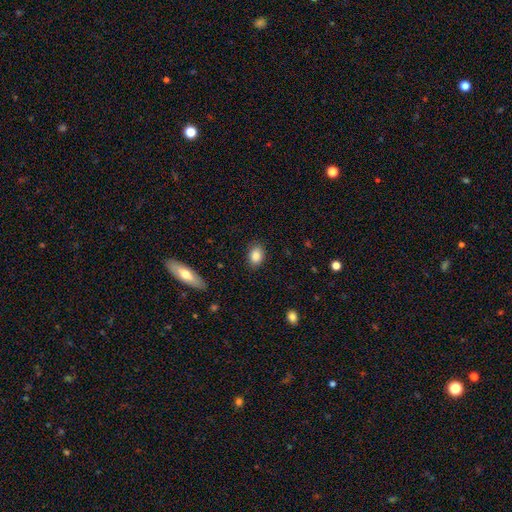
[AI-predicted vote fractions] This appears to be a smooth galaxy with no disk features (87%) that is in between round and cigar-shaped (79%). Merging: none (86%).